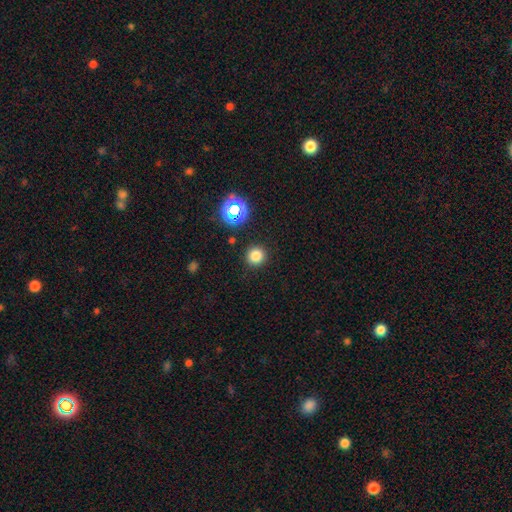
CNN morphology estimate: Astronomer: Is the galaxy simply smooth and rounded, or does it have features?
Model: smooth — 78%.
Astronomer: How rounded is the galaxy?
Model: round — 94%.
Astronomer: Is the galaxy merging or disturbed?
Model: none — 90%.